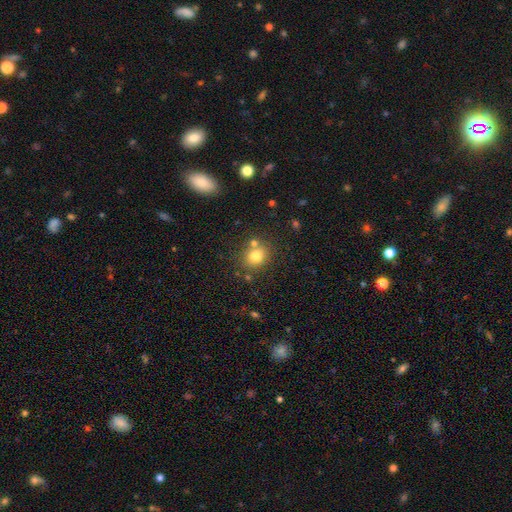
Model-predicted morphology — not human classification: smooth_or_featured: smooth (p=0.76) [alt: star or artifact p=0.13]
how_rounded: round (p=0.68) [alt: in between p=0.31]
merging: none (p=0.69) [alt: merger p=0.16]